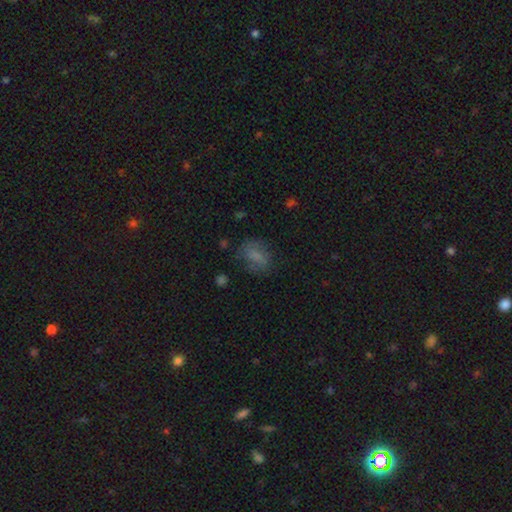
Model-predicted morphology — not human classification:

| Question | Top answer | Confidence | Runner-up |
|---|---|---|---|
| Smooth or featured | smooth | 68% | featured or disk (18%) |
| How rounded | in between | 71% | round (25%) |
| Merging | none | 63% | minor disturbance (22%) |